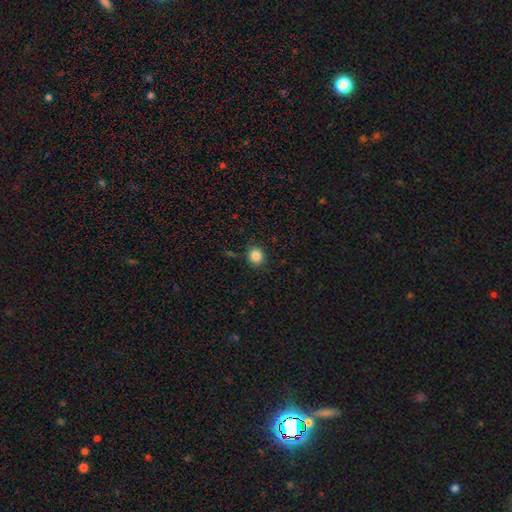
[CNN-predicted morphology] Overall: smooth (85%). How rounded: round (80%). Merging: none (88%).